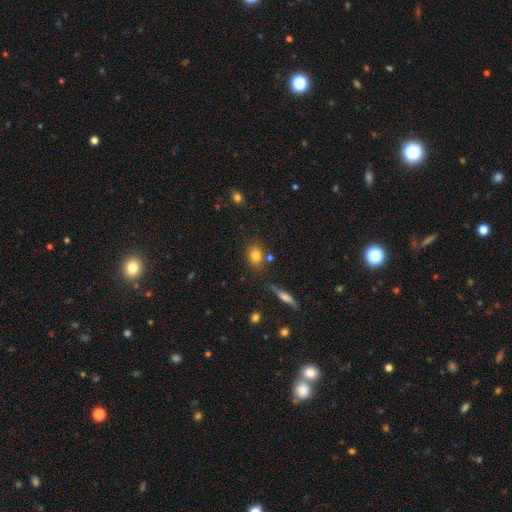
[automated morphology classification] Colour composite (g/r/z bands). It shows a smooth galaxy with no disk features (79%) that is in between round and cigar-shaped (60%). Merging: none (72%).